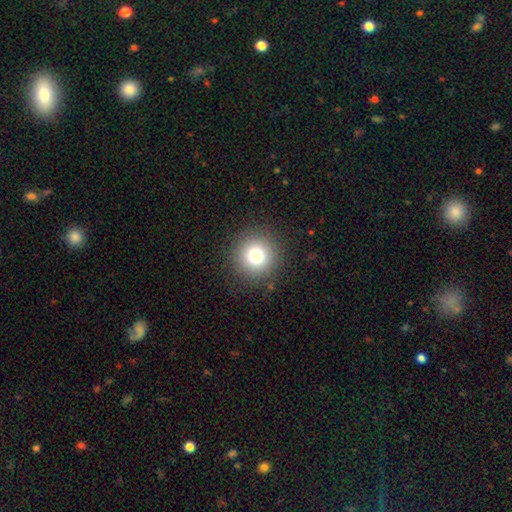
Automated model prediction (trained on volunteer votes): Overall: smooth (77%). How rounded: round (95%). Merging: none (90%).